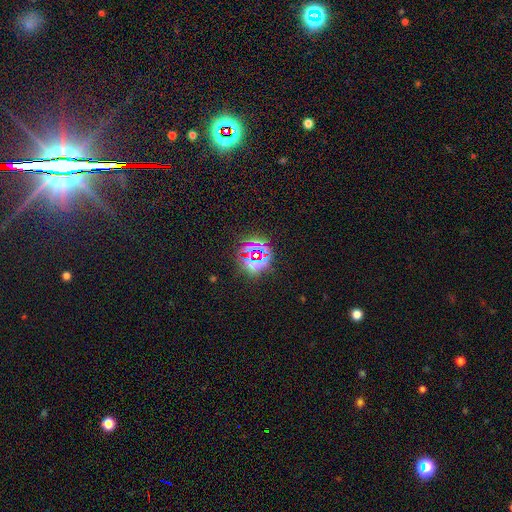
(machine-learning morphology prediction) smooth_or_featured: star or artifact (p=0.74) [alt: smooth p=0.17]